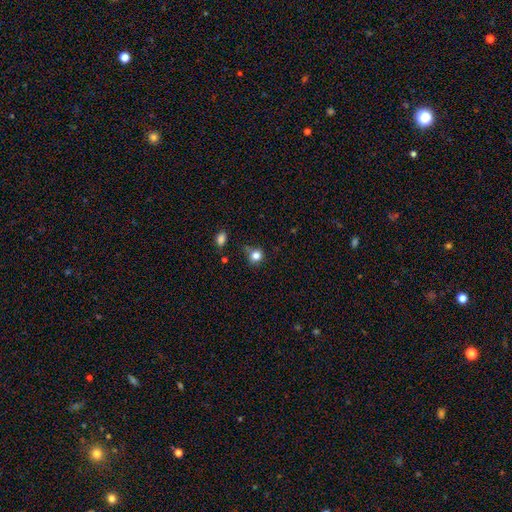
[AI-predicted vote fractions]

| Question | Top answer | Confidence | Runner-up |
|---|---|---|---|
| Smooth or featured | smooth | 81% | star or artifact (12%) |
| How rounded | round | 80% | in between (19%) |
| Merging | none | 64% | minor disturbance (23%) |